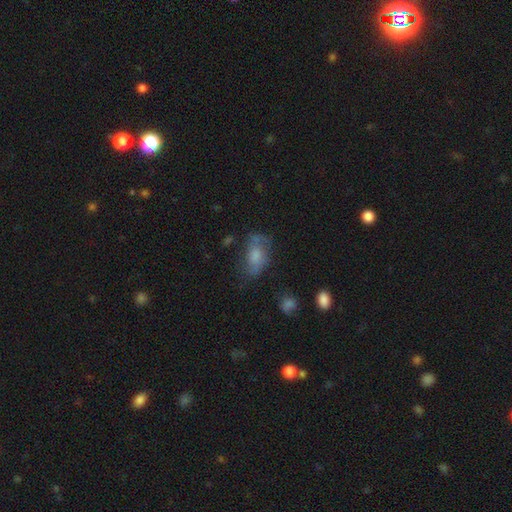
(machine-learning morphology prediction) Overall: smooth (55%; featured or disk 35%). How rounded: in between (86%). Merging: none (49%; minor disturbance 28%).